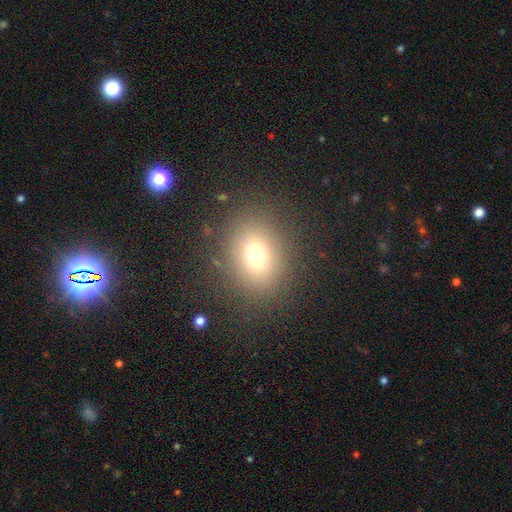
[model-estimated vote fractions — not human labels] This appears to be a smooth galaxy with no disk features (72%) that is round (53%). Merging: none (86%).